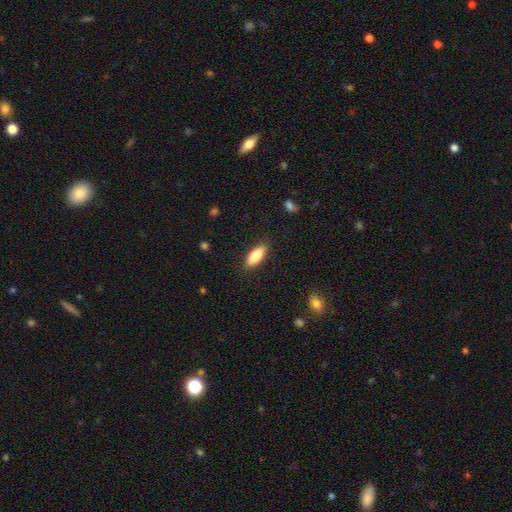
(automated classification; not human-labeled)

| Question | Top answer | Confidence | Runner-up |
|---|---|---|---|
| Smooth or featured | smooth | 80% | featured or disk (14%) |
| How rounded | in between | 66% | cigar-shaped (32%) |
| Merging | none | 87% | minor disturbance (9%) |